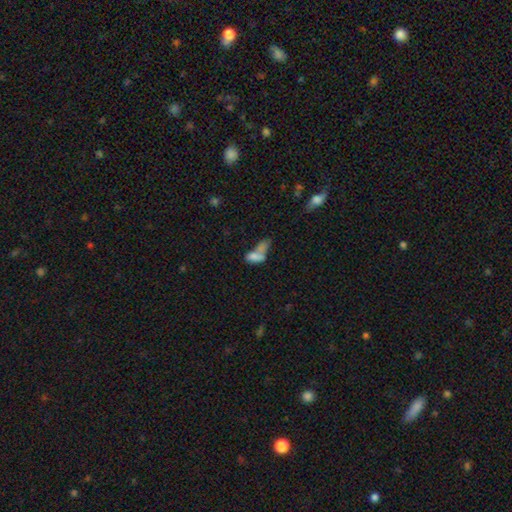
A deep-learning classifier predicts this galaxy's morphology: This is likely a smooth galaxy (67%). How rounded: likely in between (79%). Merging: likely merger (66%).